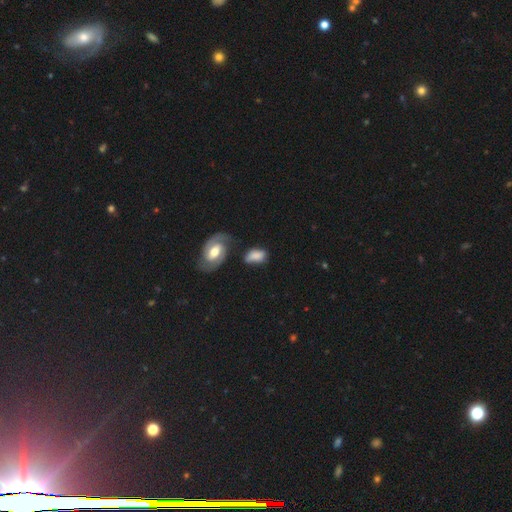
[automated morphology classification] Q: Smooth or featured?
A: smooth (67%); runner-up: featured or disk (25%)
Q: How rounded?
A: in between (87%); runner-up: round (11%)
Q: Merging?
A: none (53%); runner-up: minor disturbance (24%)